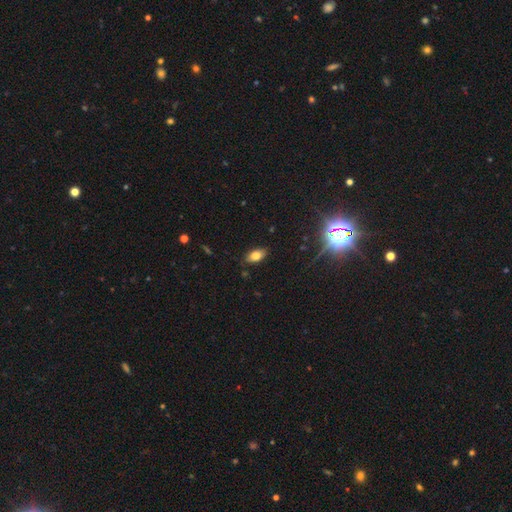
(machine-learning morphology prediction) Q: Smooth or featured?
A: smooth (79%); runner-up: star or artifact (11%)
Q: How rounded?
A: in between (91%); runner-up: round (5%)
Q: Merging?
A: none (84%); runner-up: minor disturbance (12%)